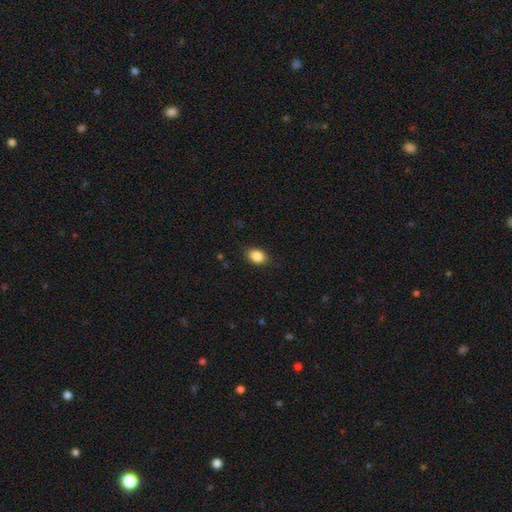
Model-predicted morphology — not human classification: A smooth galaxy with no disk features (87%) that is in between round and cigar-shaped (74%). Merging: none (87%).